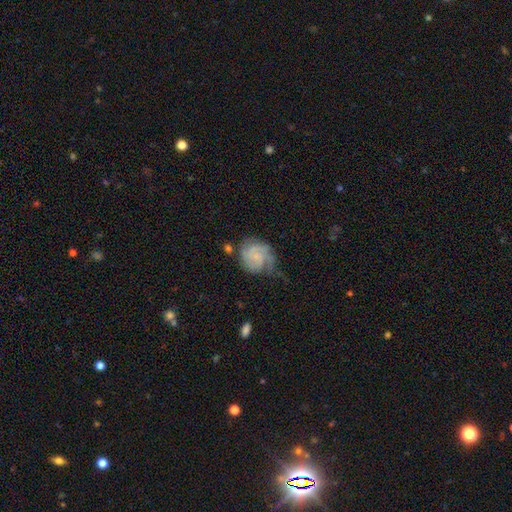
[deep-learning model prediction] Smooth or featured: featured or disk — 74% (smooth — 19%)
Edge-on disk: no — 98% (yes — 2%)
Bar: no — 63% (weak — 32%)
Spiral arms: yes — 94% (no — 6%)
Spiral winding: tight — 55% (medium — 35%)
Spiral arm count: 2 — 38% (3 — 24%)
Bulge size: small — 46% (none — 38%)
Merging: none — 55% (minor disturbance — 25%)